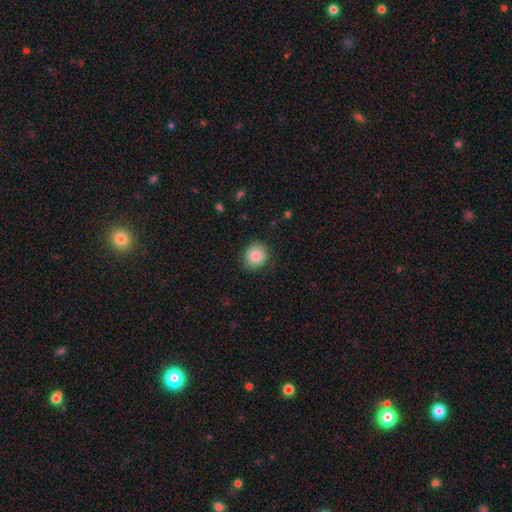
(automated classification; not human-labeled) smooth 85%, star or artifact 9%, featured or disk 6%. Down the decision tree: how rounded — round (87%); merging — none (84%).